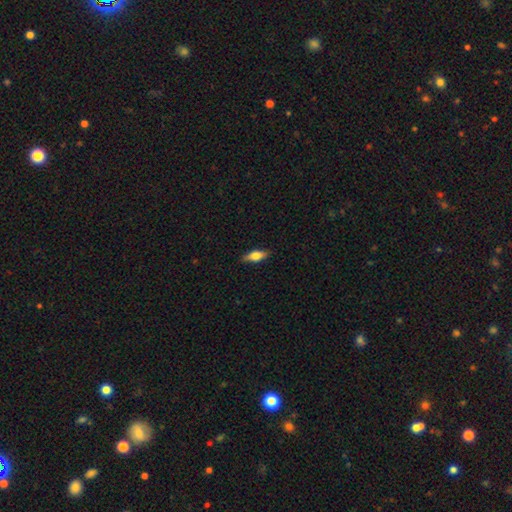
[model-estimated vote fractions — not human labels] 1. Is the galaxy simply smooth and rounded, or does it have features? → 56% smooth, 37% featured or disk, 7% star or artifact.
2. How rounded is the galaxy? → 66% in between, 30% cigar-shaped, 4% round.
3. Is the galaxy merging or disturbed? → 84% none, 13% minor disturbance, 2% major disturbance, 1% merger.